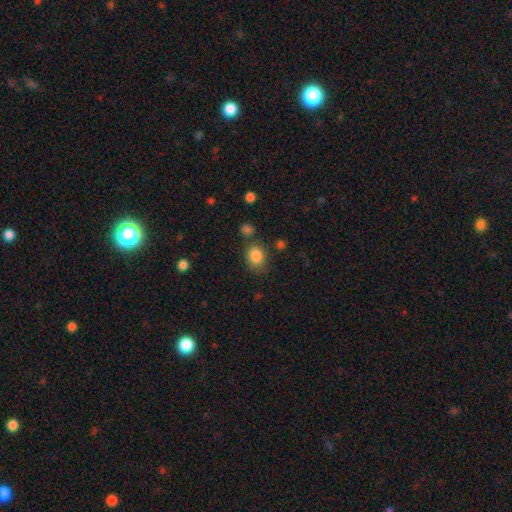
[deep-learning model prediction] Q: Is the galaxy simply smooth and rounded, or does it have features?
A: smooth — 85%.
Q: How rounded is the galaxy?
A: round — 59%.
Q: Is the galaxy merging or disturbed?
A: none — 70%.